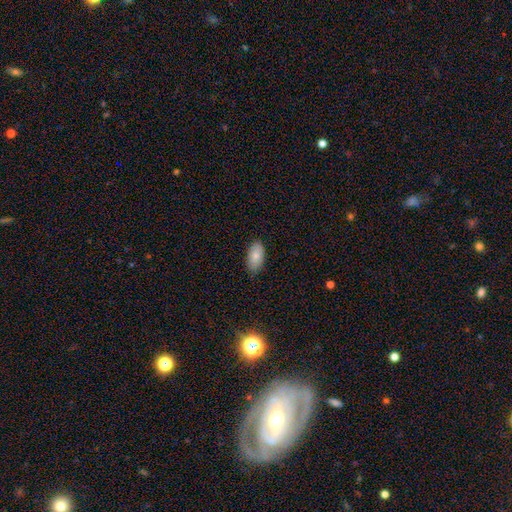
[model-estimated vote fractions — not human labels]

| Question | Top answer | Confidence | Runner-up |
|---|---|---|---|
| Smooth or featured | smooth | 81% | featured or disk (12%) |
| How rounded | in between | 94% | round (3%) |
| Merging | none | 86% | minor disturbance (11%) |